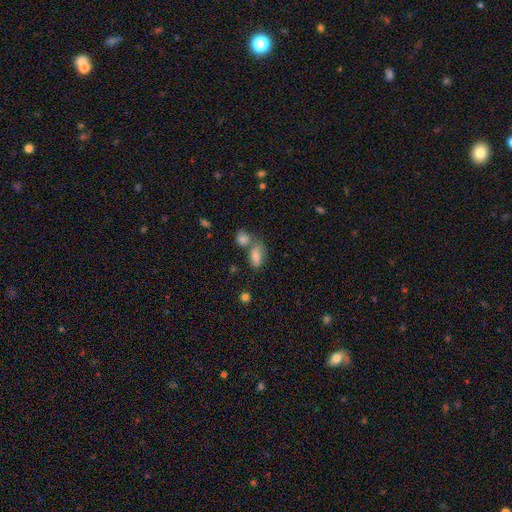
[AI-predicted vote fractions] Smooth or featured?
  - smooth: 76% *
  - featured or disk: 12%
  - star or artifact: 12%
How rounded?
  - in between: 85% *
  - round: 10%
  - cigar-shaped: 5%
Merging?
  - none: 41% *
  - merger: 39%
  - minor disturbance: 14%
  - major disturbance: 6%